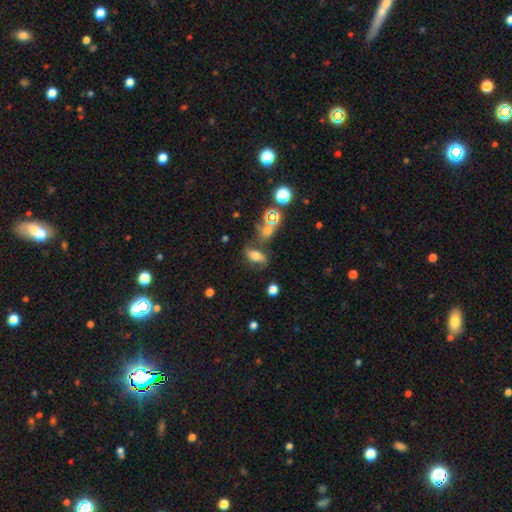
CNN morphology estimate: Smooth or featured? smooth (55%)
How rounded? in between (81%)
Merging? none (53%)